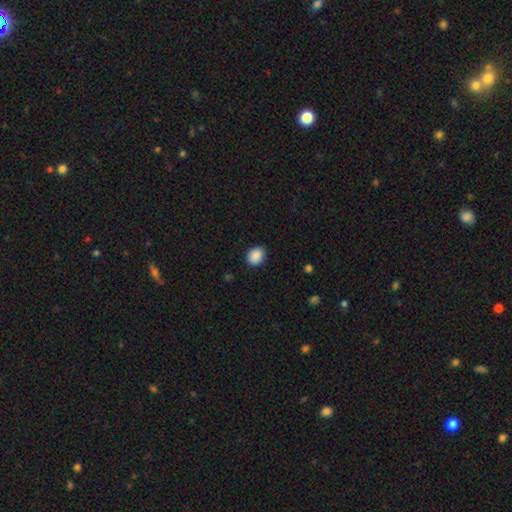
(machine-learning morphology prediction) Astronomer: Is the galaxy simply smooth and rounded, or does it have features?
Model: smooth — 89%.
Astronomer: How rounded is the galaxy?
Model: in between — 50%, tied with round at 50%.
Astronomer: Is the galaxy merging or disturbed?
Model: none — 87%.